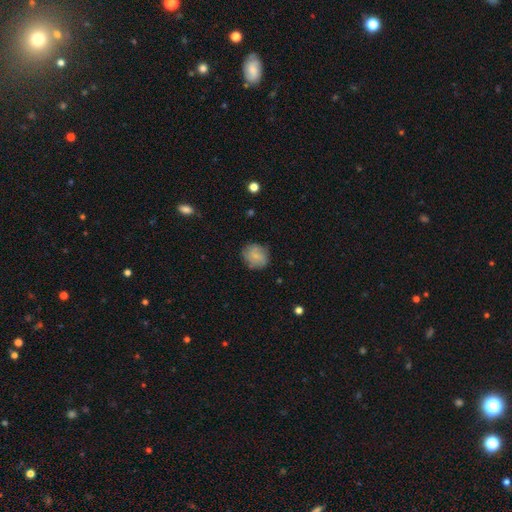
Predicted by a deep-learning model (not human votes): Smooth or featured?
  - smooth: 75% *
  - featured or disk: 17%
  - star or artifact: 8%
How rounded?
  - round: 74% *
  - in between: 25%
  - cigar-shaped: 1%
Merging?
  - none: 78% *
  - minor disturbance: 16%
  - major disturbance: 4%
  - merger: 1%